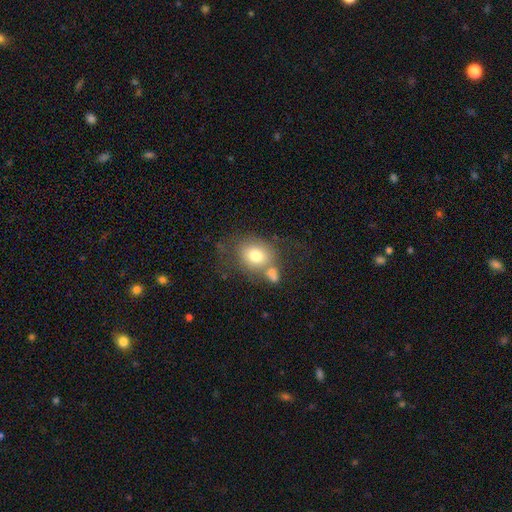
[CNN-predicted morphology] smooth-or-featured: smooth: 74% | featured or disk: 16% | star or artifact: 10%
  how-rounded: round: 64% | in between: 35% | cigar-shaped: 1%
  merging: none: 50% | merger: 23% | minor disturbance: 17% | major disturbance: 10%